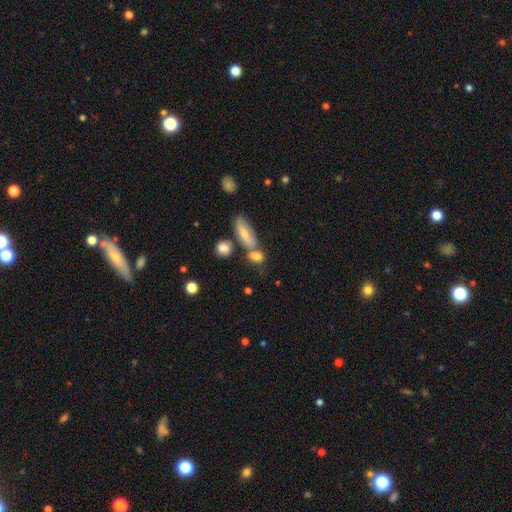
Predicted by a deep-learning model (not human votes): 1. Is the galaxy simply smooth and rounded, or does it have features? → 70% smooth, 18% featured or disk, 12% star or artifact.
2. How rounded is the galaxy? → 50% in between, 28% round, 22% cigar-shaped.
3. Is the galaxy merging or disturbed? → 52% none, 28% merger, 14% minor disturbance, 6% major disturbance.